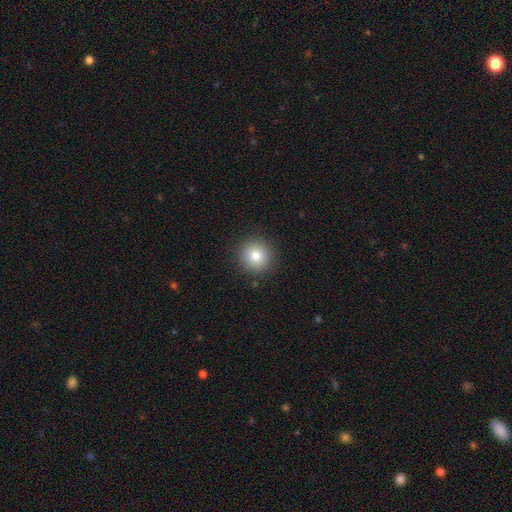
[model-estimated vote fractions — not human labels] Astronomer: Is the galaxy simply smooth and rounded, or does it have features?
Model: smooth — 81%.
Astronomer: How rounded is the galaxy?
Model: round — 94%.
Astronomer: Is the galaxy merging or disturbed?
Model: none — 91%.